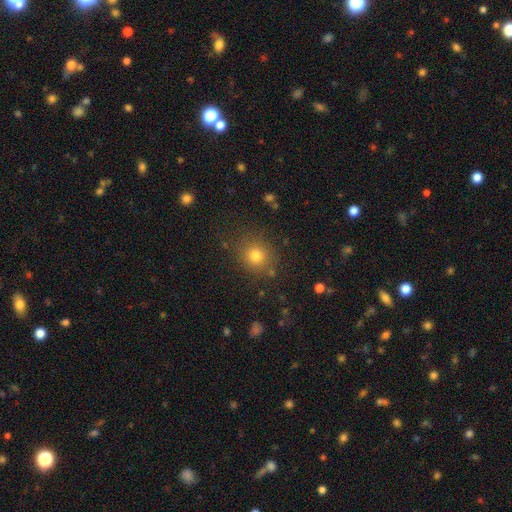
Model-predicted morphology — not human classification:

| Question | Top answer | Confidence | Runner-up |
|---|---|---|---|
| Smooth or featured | smooth | 78% | star or artifact (15%) |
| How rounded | round | 83% | in between (16%) |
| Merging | none | 84% | minor disturbance (10%) |